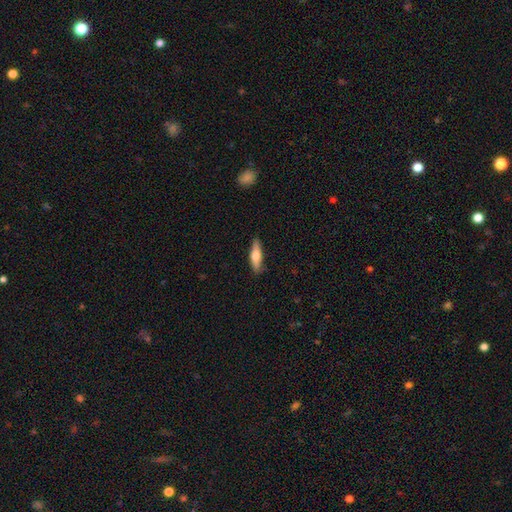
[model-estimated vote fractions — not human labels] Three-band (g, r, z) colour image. It shows a smooth galaxy with no disk features (64%) that is cigar-shaped (62%). Merging: none (86%).